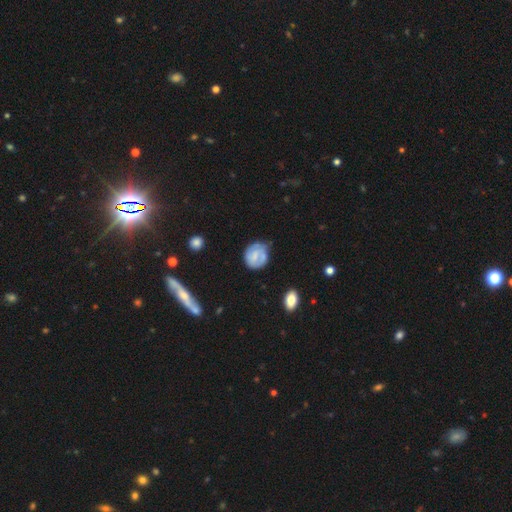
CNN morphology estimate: A smooth galaxy with no disk features (49%). Merging: none (59%).